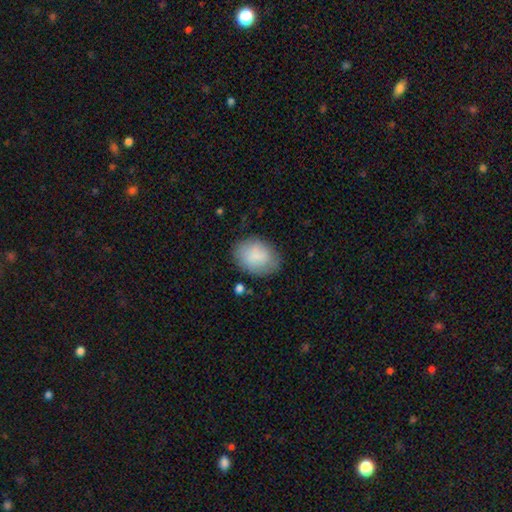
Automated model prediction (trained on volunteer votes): This is clearly a smooth galaxy (85%). How rounded: likely in between (74%). Merging: likely none (77%).